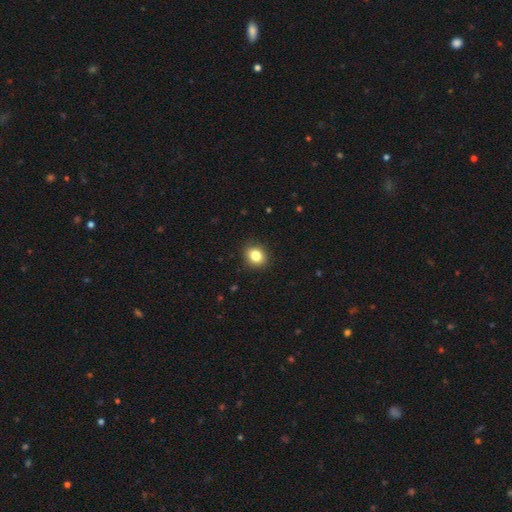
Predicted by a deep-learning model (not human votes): Morphology: type=smooth (84%); roundness=round (56%); merging=none (90%).